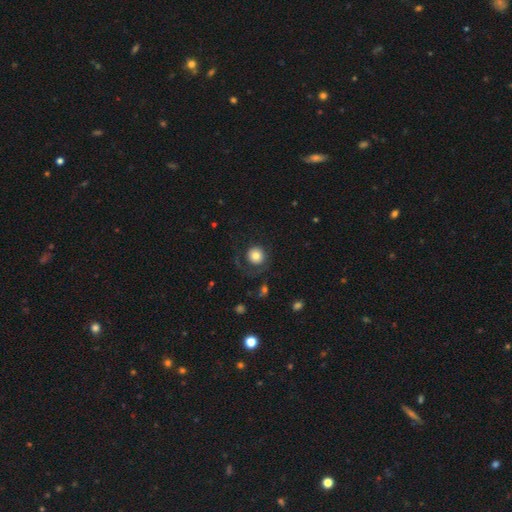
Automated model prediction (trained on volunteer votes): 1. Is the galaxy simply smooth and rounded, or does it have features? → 75% smooth, 16% featured or disk, 9% star or artifact.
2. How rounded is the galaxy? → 91% round, 8% in between, 1% cigar-shaped.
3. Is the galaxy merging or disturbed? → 68% none, 18% major disturbance, 12% minor disturbance, 2% merger.